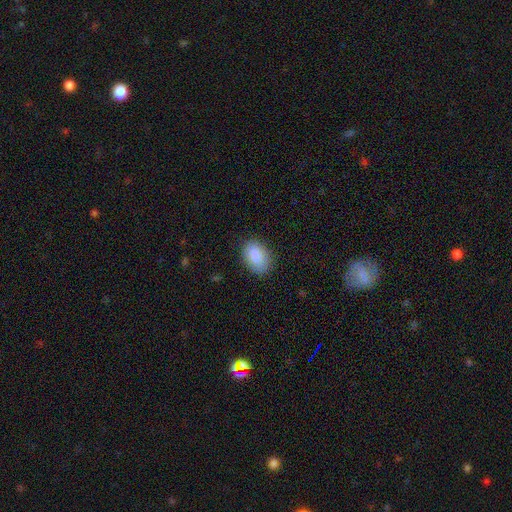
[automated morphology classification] Smooth or featured?
  - smooth: 87% *
  - star or artifact: 7%
  - featured or disk: 6%
How rounded?
  - in between: 84% *
  - round: 15%
  - cigar-shaped: 1%
Merging?
  - none: 82% *
  - minor disturbance: 14%
  - major disturbance: 3%
  - merger: 1%